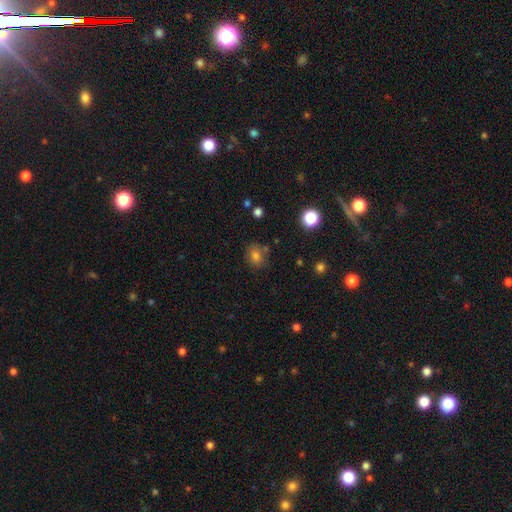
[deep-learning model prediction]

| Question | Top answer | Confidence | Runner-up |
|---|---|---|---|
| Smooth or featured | smooth | 77% | star or artifact (14%) |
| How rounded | round | 59% | in between (40%) |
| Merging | none | 74% | minor disturbance (15%) |